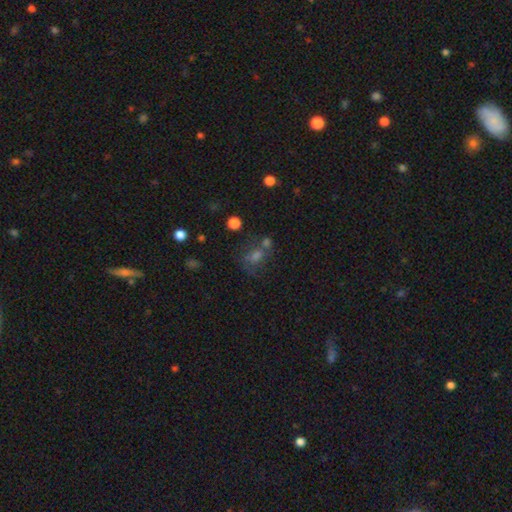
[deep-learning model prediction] Q: Smooth or featured?
A: smooth (42%); runner-up: star or artifact (33%)
Q: Merging?
A: none (49%); runner-up: merger (24%)